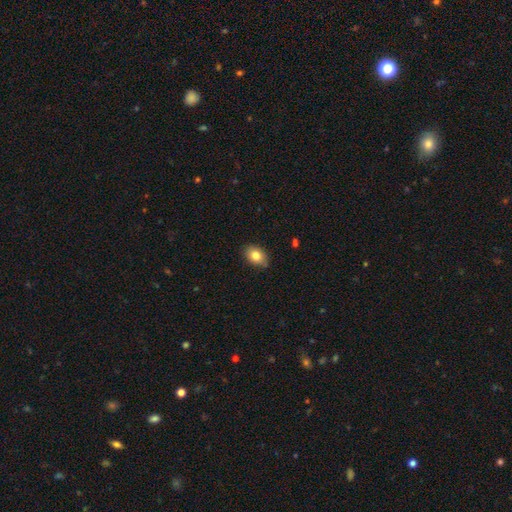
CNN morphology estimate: The model was most divided on "how rounded": in between: 78%, round: 21%, cigar-shaped: 1%. More confident: smooth or featured — smooth (83%); merging — none (83%).